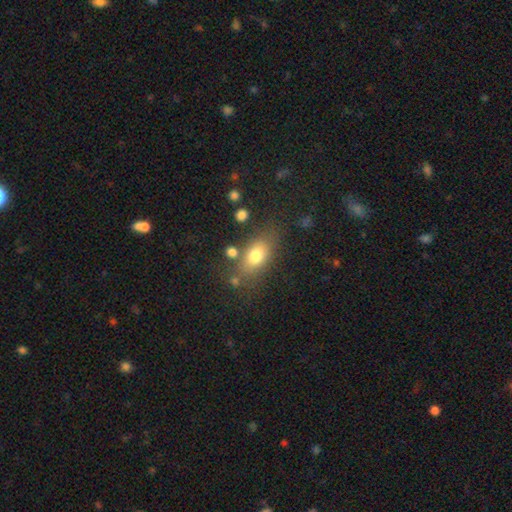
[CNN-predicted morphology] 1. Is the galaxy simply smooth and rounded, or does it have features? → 75% smooth, 15% featured or disk, 10% star or artifact.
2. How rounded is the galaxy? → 79% in between, 15% round, 7% cigar-shaped.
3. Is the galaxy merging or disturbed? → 69% none, 16% minor disturbance, 8% merger, 7% major disturbance.